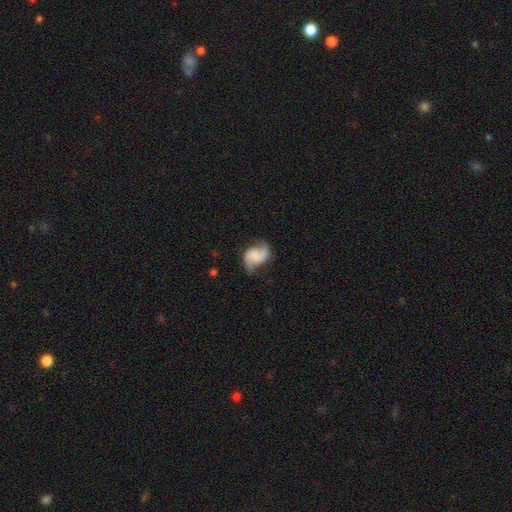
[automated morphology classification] smooth-or-featured: featured or disk: 69% | smooth: 24% | star or artifact: 7%
  disk-edge-on: no: 98% | yes: 2%
    bar: no: 52% | weak: 37% | strong: 11%
    has-spiral-arms: yes: 94% | no: 6%
      spiral-winding: loose: 53% | medium: 36% | tight: 11%
      spiral-arm-count: 2: 89% | 1: 4% | can't tell: 4% | 3: 1% | 4: 1% | more than 4: 1%
    bulge-size: none: 37% | small: 30% | moderate: 21% | large: 9% | dominant: 3%
  merging: none: 64% | minor disturbance: 23% | major disturbance: 11% | merger: 2%